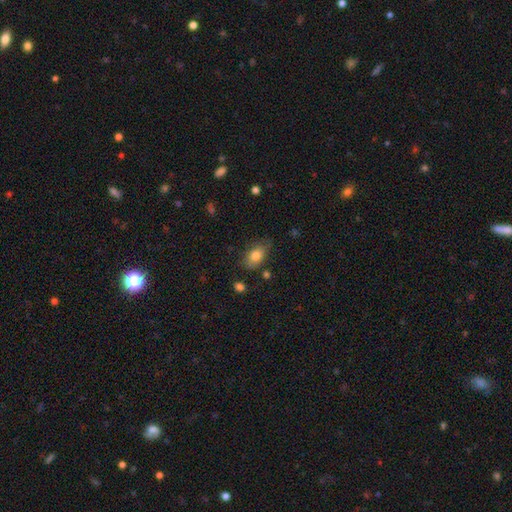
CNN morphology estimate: Smooth or featured?
  - smooth: 80% *
  - featured or disk: 12%
  - star or artifact: 8%
How rounded?
  - in between: 87% *
  - round: 10%
  - cigar-shaped: 3%
Merging?
  - none: 71% *
  - minor disturbance: 21%
  - major disturbance: 5%
  - merger: 3%